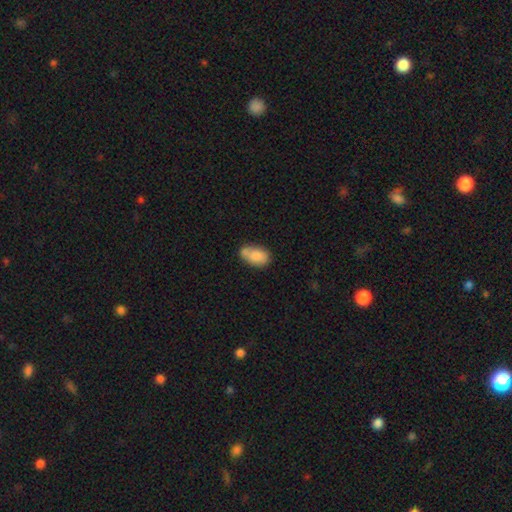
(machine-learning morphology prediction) Smooth or featured: smooth — 81% (featured or disk — 11%)
How rounded: in between — 88% (round — 10%)
Merging: none — 46% (merger — 25%)